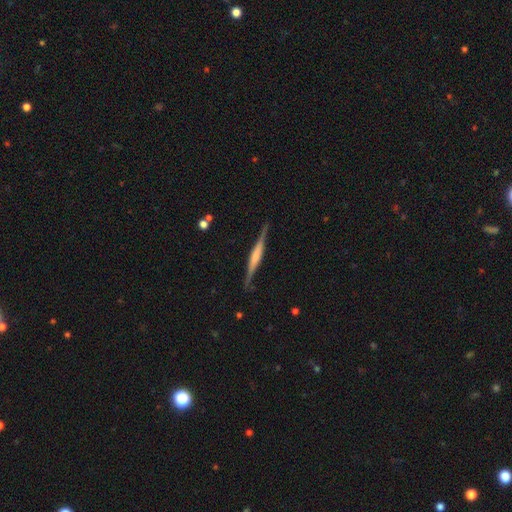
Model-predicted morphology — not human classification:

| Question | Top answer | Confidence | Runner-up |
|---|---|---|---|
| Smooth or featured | featured or disk | 71% | smooth (23%) |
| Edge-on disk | yes | 98% | no (2%) |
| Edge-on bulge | boxy | 43% | rounded (35%) |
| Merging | none | 87% | minor disturbance (9%) |